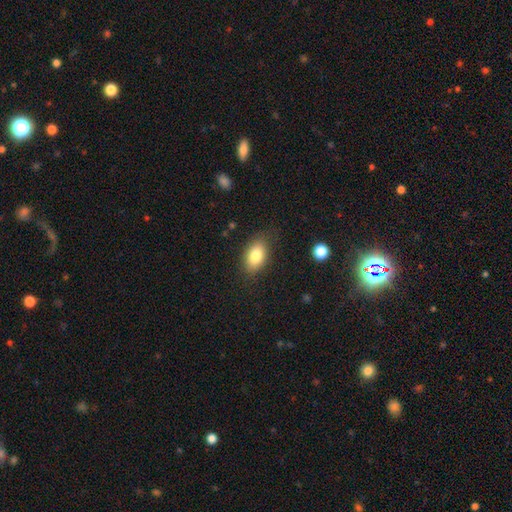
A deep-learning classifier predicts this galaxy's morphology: A smooth galaxy with no disk features (82%) that is in between round and cigar-shaped (89%).

Vote fractions:
- Smooth or featured? smooth: 82% / featured or disk: 10% / star or artifact: 8%
- How rounded? in between: 89% / round: 9% / cigar-shaped: 2%
- Merging? none: 80% / minor disturbance: 15% / major disturbance: 4% / merger: 1%